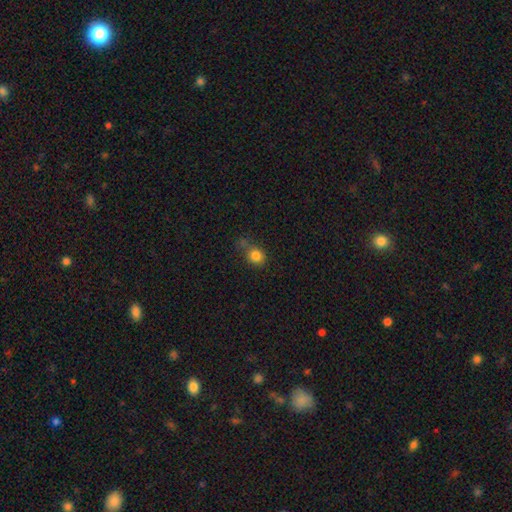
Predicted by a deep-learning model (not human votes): Smooth or featured: smooth — 82% (star or artifact — 12%)
How rounded: round — 70% (in between — 29%)
Merging: none — 48% (minor disturbance — 26%)